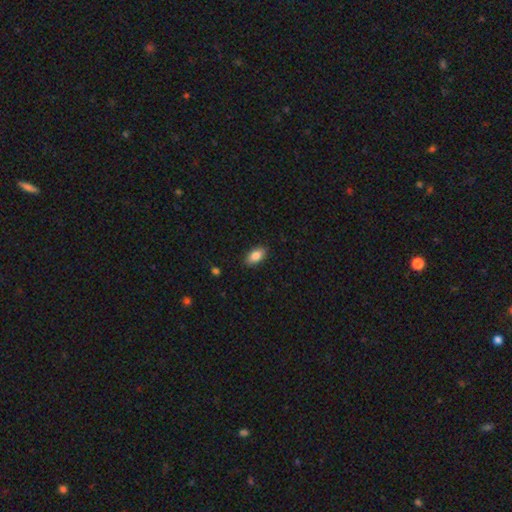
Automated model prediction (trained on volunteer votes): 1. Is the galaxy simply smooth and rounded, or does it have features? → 86% smooth, 7% featured or disk, 7% star or artifact.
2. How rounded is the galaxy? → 92% in between, 4% cigar-shaped, 4% round.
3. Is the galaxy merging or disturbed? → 88% none, 9% minor disturbance, 2% major disturbance, 1% merger.